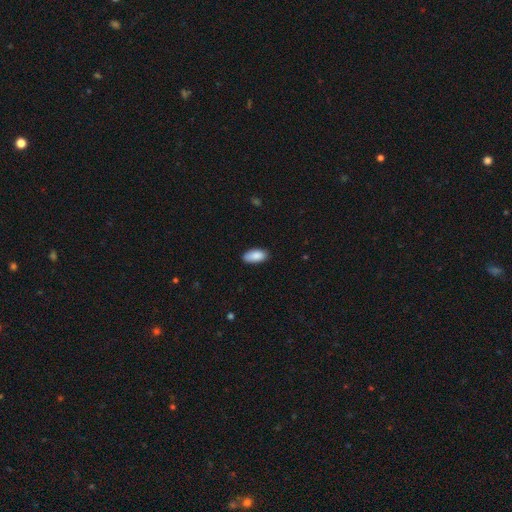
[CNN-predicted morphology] smooth-or-featured: smooth: 88% | star or artifact: 7% | featured or disk: 5%
  how-rounded: in between: 92% | cigar-shaped: 6% | round: 2%
  merging: none: 84% | minor disturbance: 13% | major disturbance: 2% | merger: 1%